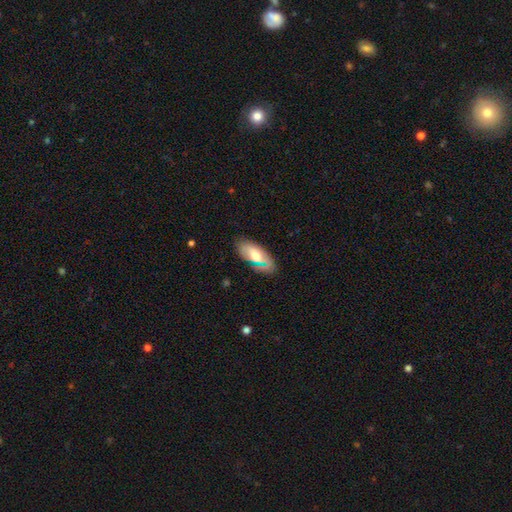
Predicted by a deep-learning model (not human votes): Smooth or featured? Predicted: smooth (p=0.57). How rounded? Predicted: in between (p=0.87). Merging? Predicted: none (p=0.72).